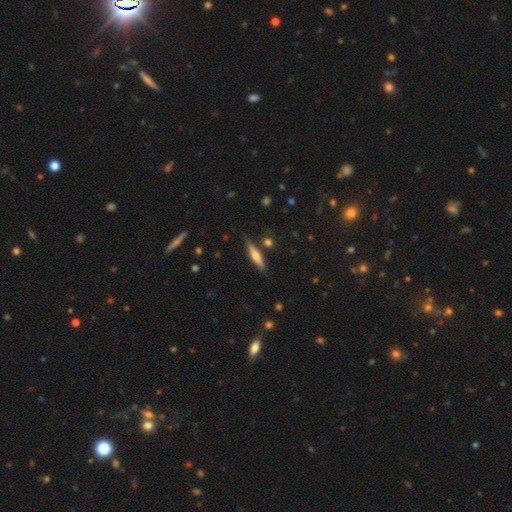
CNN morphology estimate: Smooth or featured: featured or disk — 50% (smooth — 44%)
Merging: none — 82% (minor disturbance — 12%)